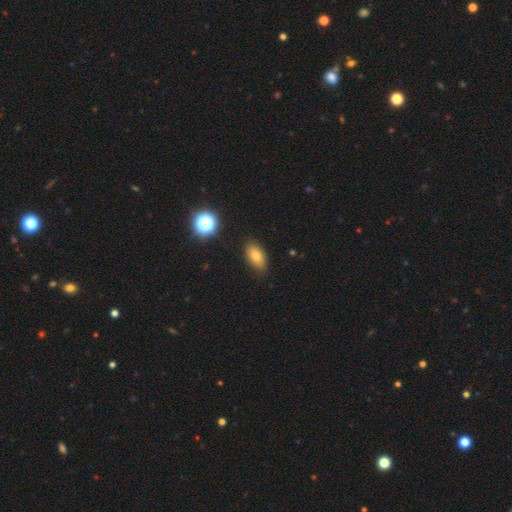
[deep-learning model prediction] smooth_or_featured: smooth (p=0.77) [alt: featured or disk p=0.12]
how_rounded: in between (p=0.88) [alt: round p=0.07]
merging: none (p=0.85) [alt: minor disturbance p=0.11]